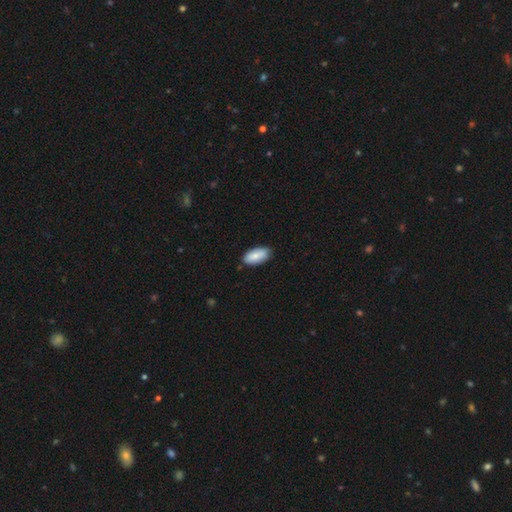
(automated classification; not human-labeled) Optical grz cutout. It shows a smooth galaxy with no disk features (82%) that is in between round and cigar-shaped (92%). Merging: none (84%).